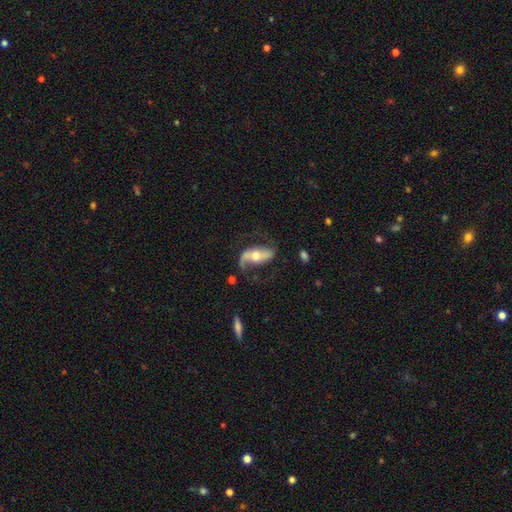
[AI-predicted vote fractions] Smooth or featured? Predicted: featured or disk (p=0.80). Edge-on disk? Predicted: no (p=0.93). Bar? Predicted: strong (p=0.38). Spiral arms? Predicted: yes (p=0.92). Spiral winding? Predicted: loose (p=0.66). Spiral arm count? Predicted: 2 (p=0.81). Bulge size? Predicted: moderate (p=0.66). Merging? Predicted: none (p=0.62).